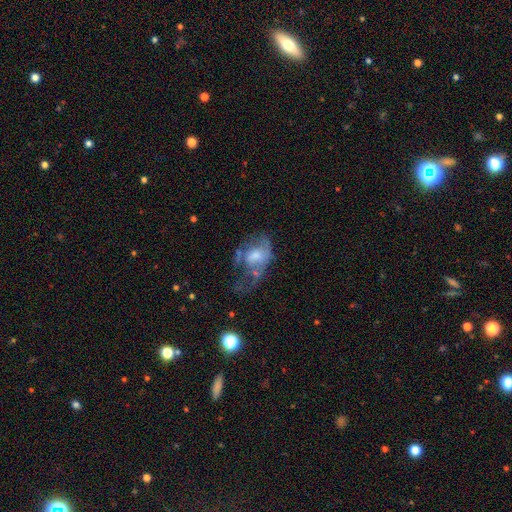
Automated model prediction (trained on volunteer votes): Q: Smooth or featured?
A: featured or disk (54%); runner-up: smooth (37%)
Q: Edge-on disk?
A: no (96%); runner-up: yes (4%)
Q: Bar?
A: no (72%); runner-up: weak (24%)
Q: Spiral arms?
A: no (57%); runner-up: yes (43%)
Q: Bulge size?
A: moderate (49%); runner-up: small (26%)
Q: Merging?
A: major disturbance (53%); runner-up: minor disturbance (19%)